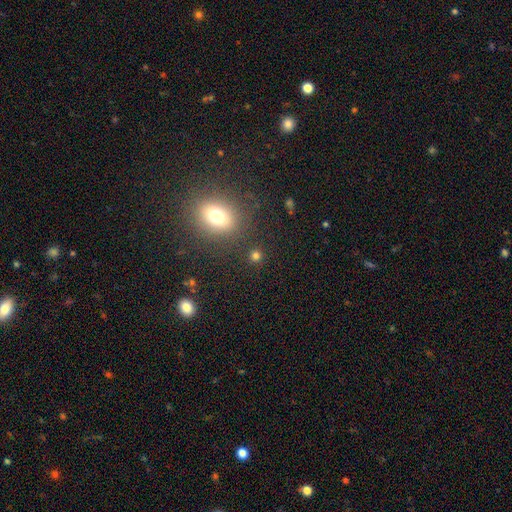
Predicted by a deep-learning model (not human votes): Smooth or featured? smooth (75%)
How rounded? round (89%)
Merging? none (87%)